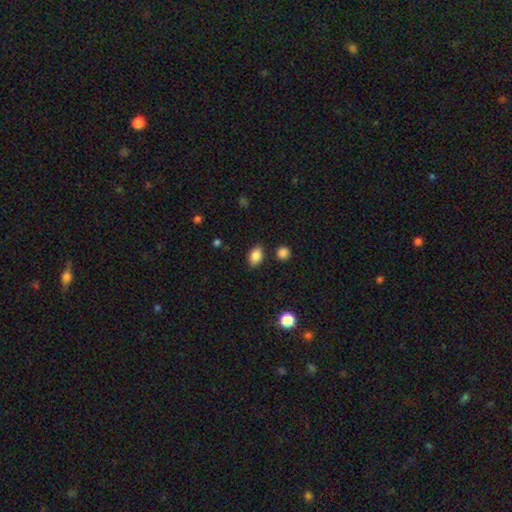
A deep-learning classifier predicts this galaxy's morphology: smooth_or_featured: smooth (p=0.86) [alt: star or artifact p=0.09]
how_rounded: in between (p=0.84) [alt: round p=0.15]
merging: none (p=0.83) [alt: minor disturbance p=0.11]